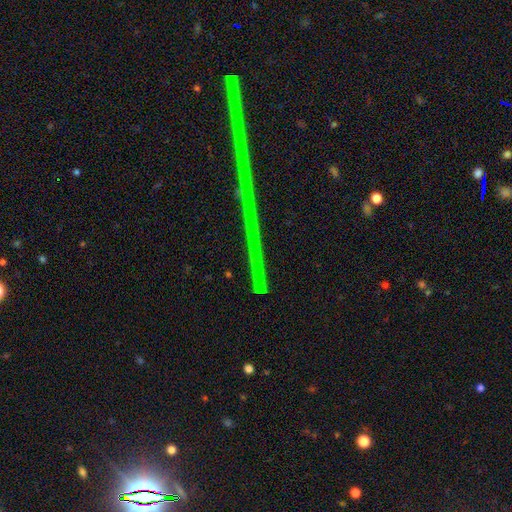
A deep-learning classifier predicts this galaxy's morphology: A star or artifact, not a galaxy (77%).